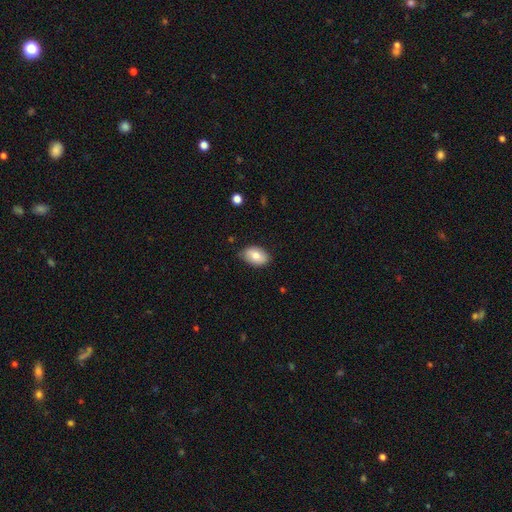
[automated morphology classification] type=smooth (78%); roundness=in between (88%); merging=none (80%).